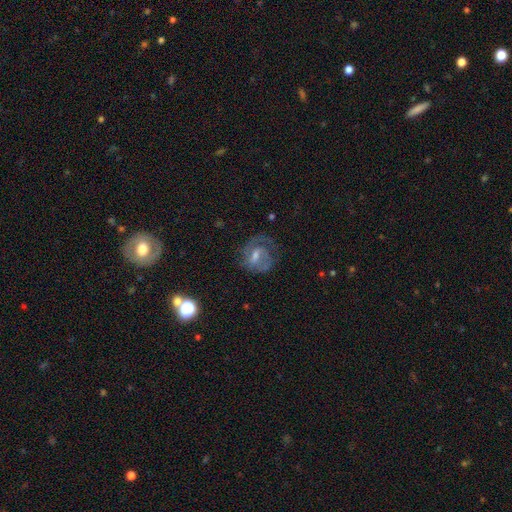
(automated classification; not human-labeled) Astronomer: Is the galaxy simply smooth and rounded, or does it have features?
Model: featured or disk — 77%.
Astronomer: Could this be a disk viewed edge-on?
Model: no — 97%.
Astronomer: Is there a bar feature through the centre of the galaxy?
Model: weak — 54%.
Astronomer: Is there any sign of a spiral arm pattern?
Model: yes — 92%.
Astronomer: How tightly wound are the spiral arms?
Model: tight — 48% (runner-up: medium, 41%).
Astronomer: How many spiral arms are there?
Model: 2 — 52%.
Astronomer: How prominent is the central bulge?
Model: moderate — 46% (runner-up: small, 43%).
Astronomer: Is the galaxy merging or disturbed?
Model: none — 67%.